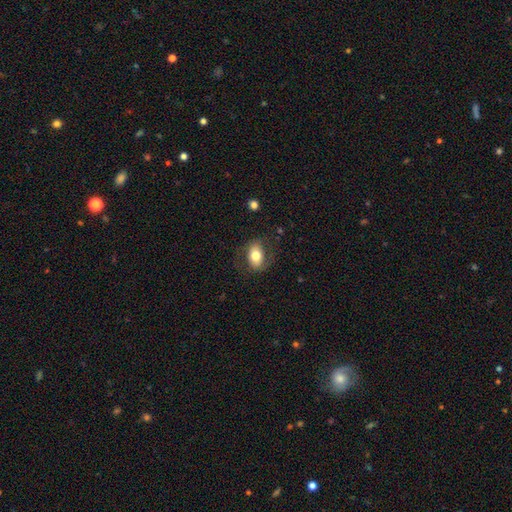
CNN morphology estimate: smooth_or_featured: smooth (p=0.73) [alt: featured or disk p=0.20]
how_rounded: in between (p=0.83) [alt: round p=0.16]
merging: none (p=0.74) [alt: minor disturbance p=0.16]